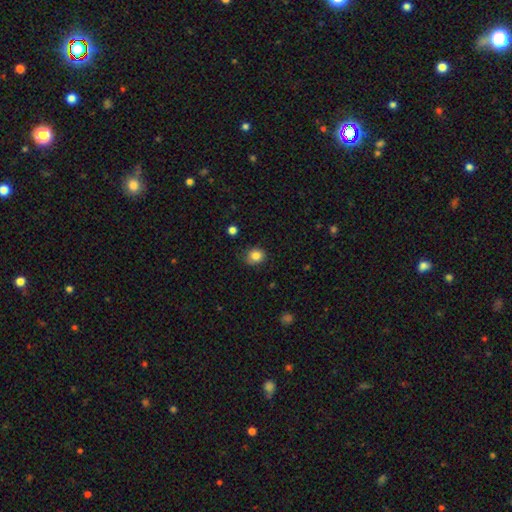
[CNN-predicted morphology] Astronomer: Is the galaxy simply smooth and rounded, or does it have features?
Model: smooth — 84%.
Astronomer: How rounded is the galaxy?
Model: round — 70%.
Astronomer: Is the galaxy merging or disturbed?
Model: none — 80%.